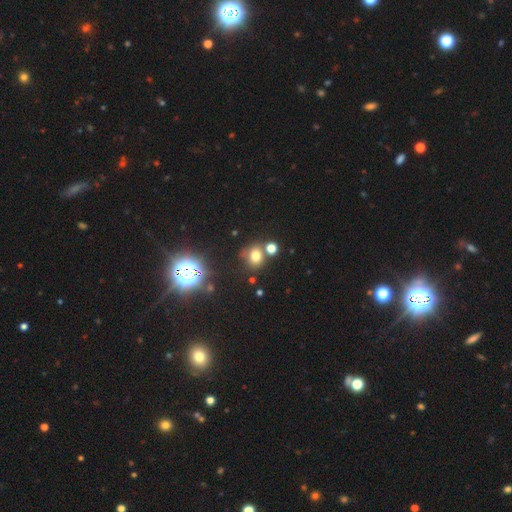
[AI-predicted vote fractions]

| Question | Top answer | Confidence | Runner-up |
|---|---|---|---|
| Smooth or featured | smooth | 67% | star or artifact (25%) |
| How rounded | round | 71% | in between (28%) |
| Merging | none | 66% | merger (17%) |